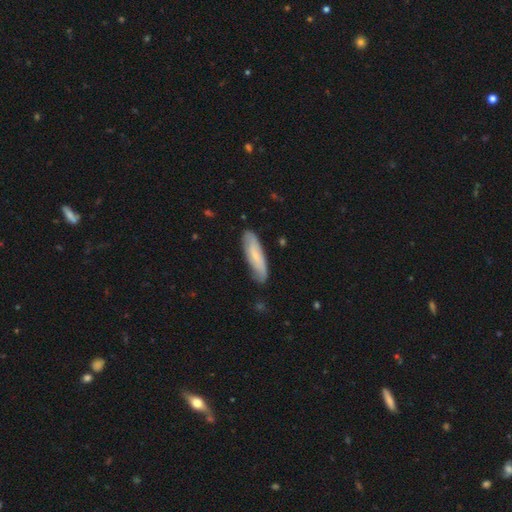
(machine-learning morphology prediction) A smooth galaxy with no disk features (60%) that is cigar-shaped (65%). Merging: none (82%).